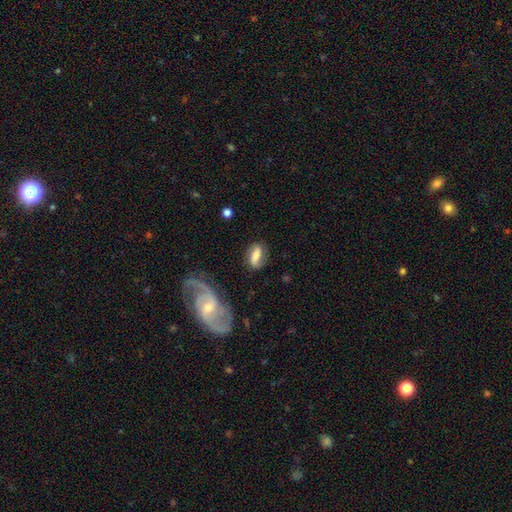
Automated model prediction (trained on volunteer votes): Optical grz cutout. It shows a smooth galaxy with no disk features (51%) that is in between round and cigar-shaped (79%). Merging: none (71%).